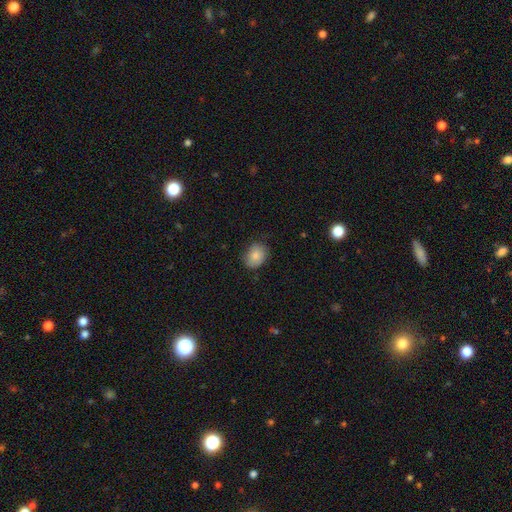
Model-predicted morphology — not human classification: smooth-or-featured: smooth: 82% | featured or disk: 10% | star or artifact: 8%
  how-rounded: in between: 57% | round: 42% | cigar-shaped: 1%
  merging: none: 76% | minor disturbance: 20% | major disturbance: 4% | merger: 1%